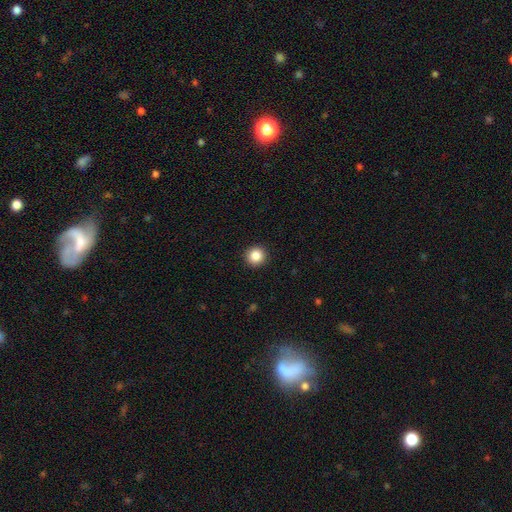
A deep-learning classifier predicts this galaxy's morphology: Q: Smooth or featured?
A: smooth (86%); runner-up: star or artifact (10%)
Q: How rounded?
A: round (95%); runner-up: in between (4%)
Q: Merging?
A: none (93%); runner-up: minor disturbance (5%)